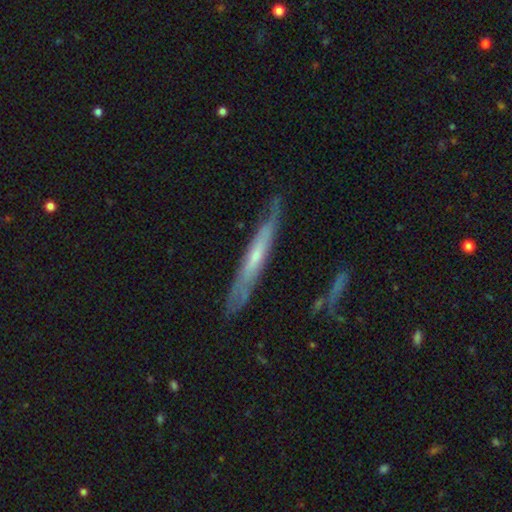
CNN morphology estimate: A featured or disk galaxy (64%) viewed edge-on (81%) with no central bulge (57%). Merging: none (76%).